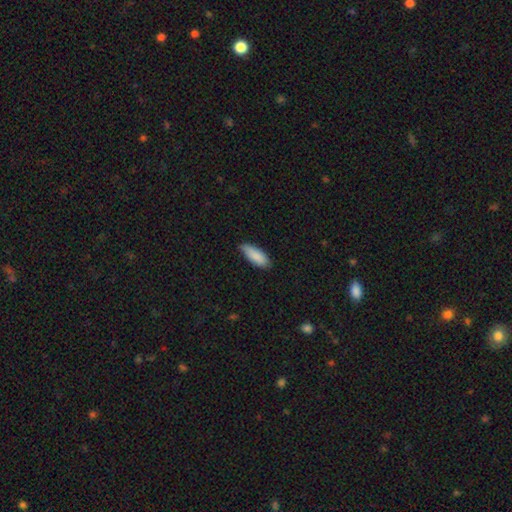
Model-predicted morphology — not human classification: smooth 89%, star or artifact 6%, featured or disk 5%. Down the decision tree: how rounded — in between (71%); merging — none (78%).